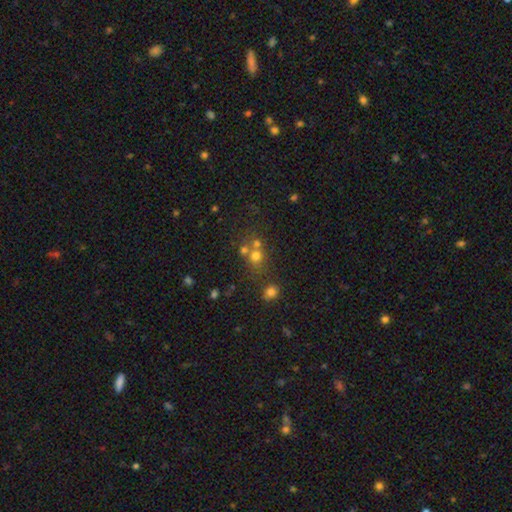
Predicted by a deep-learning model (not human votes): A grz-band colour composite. It shows a smooth galaxy with no disk features (64%) that is round (78%). Merging: none (46%).